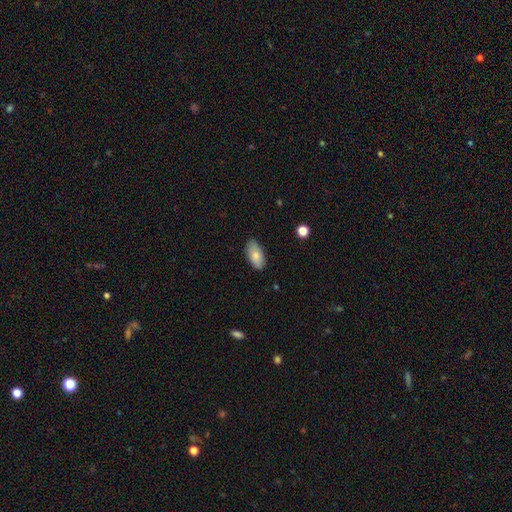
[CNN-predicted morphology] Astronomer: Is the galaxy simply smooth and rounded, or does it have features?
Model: smooth — 81%.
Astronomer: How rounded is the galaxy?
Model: in between — 93%.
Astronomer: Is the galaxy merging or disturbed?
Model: none — 80%.